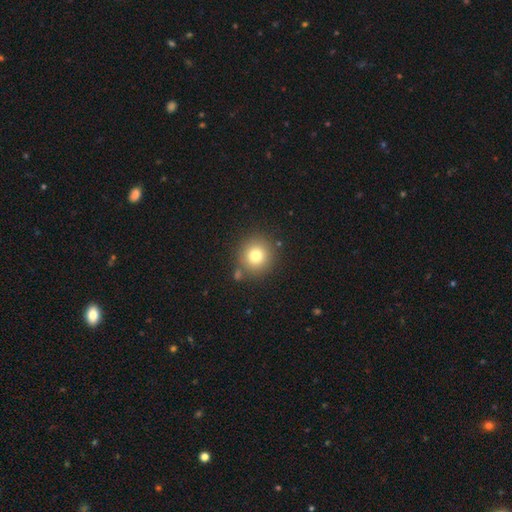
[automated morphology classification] Overall: smooth (77%). How rounded: round (92%). Merging: none (81%).